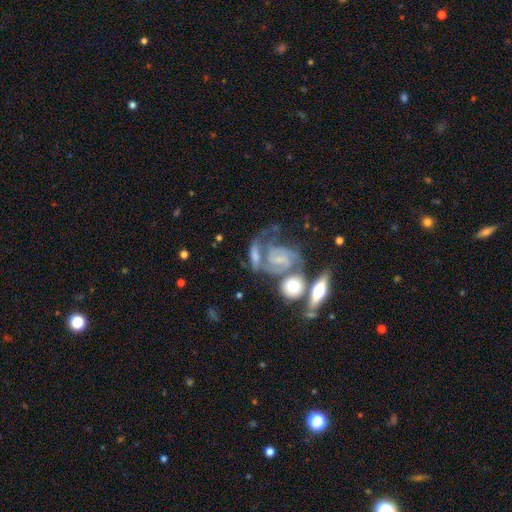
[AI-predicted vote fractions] featured or disk 80%, smooth 13%, star or artifact 7%. Down the decision tree: edge-on disk — no (94%); bar — no (51%); spiral arms — yes (92%); spiral arm count — 2 (57%); spiral winding — medium (43%, tied with tight); bulge size — small (63%); merging — merger (34%).